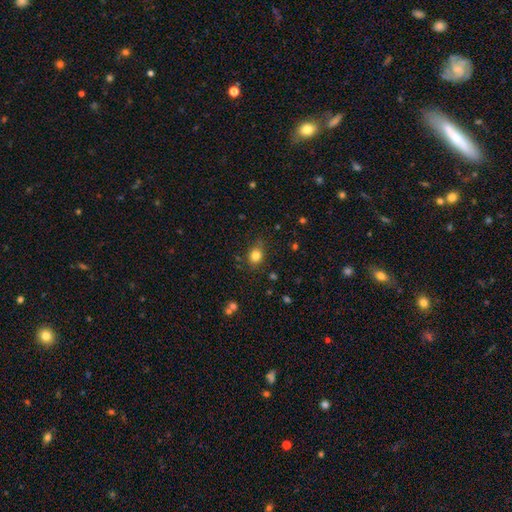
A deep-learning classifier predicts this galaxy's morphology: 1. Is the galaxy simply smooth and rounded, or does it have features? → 82% smooth, 12% star or artifact, 6% featured or disk.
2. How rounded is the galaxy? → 62% round, 37% in between, 1% cigar-shaped.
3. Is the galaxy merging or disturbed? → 76% none, 17% minor disturbance, 4% major disturbance, 3% merger.